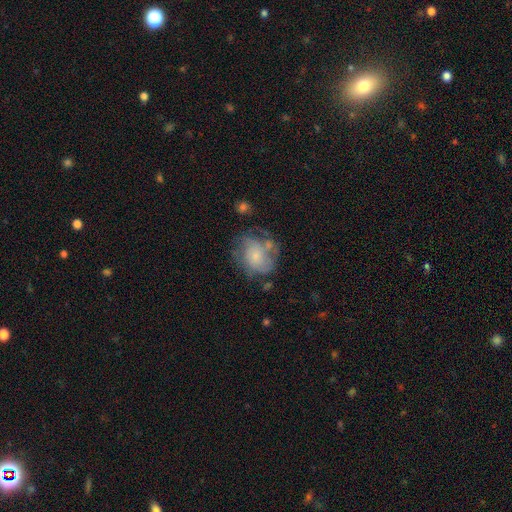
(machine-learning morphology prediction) Smooth or featured: featured or disk — 49% (smooth — 42%)
Merging: none — 45% (minor disturbance — 26%)